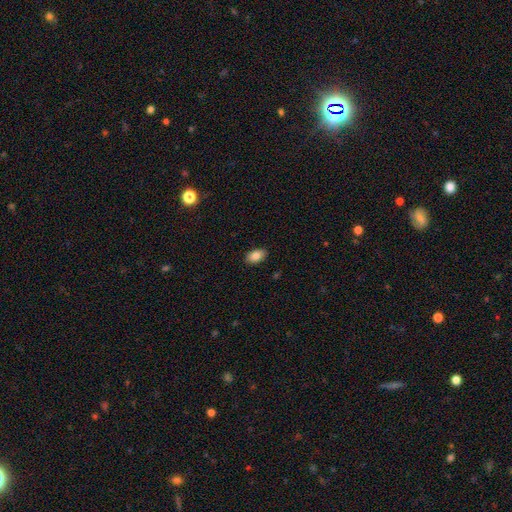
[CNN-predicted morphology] This is clearly a smooth galaxy (85%). How rounded: clearly in between (90%). Merging: clearly none (88%).